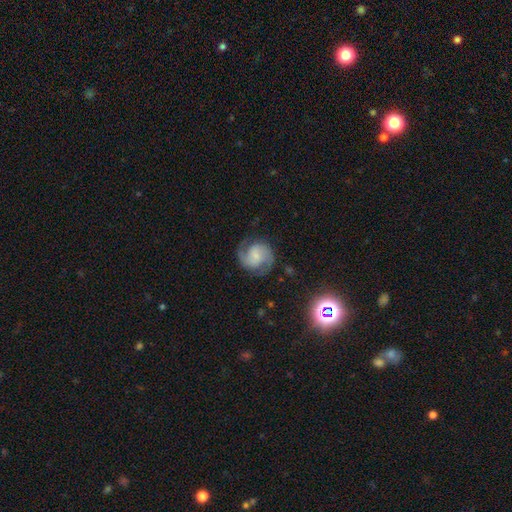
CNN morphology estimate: Smooth or featured: featured or disk — 79% (smooth — 14%)
Edge-on disk: no — 98% (yes — 2%)
Bar: no — 49% (weak — 41%)
Spiral arms: yes — 96% (no — 4%)
Spiral winding: medium — 53% (tight — 28%)
Spiral arm count: 2 — 90% (can't tell — 4%)
Bulge size: small — 45% (moderate — 25%)
Merging: none — 76% (minor disturbance — 15%)